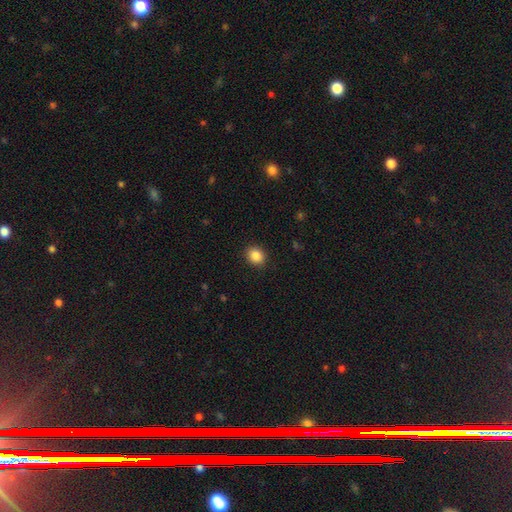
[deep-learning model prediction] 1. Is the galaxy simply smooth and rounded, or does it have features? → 86% smooth, 10% star or artifact, 4% featured or disk.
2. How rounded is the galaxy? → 68% round, 31% in between, 1% cigar-shaped.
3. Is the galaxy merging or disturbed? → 90% none, 7% minor disturbance, 2% major disturbance, 1% merger.